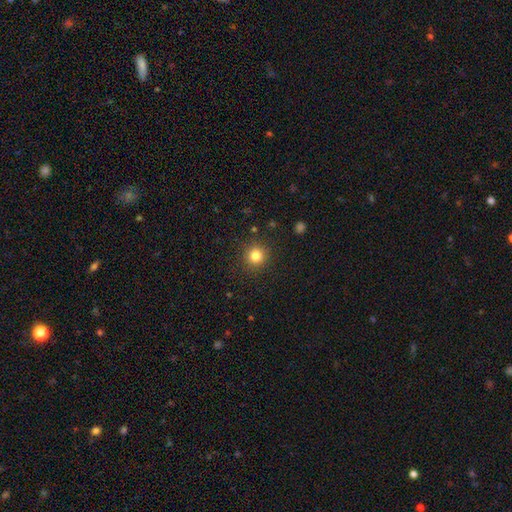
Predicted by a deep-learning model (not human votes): A smooth galaxy with no disk features (82%) that is round (93%). Merging: none (90%).